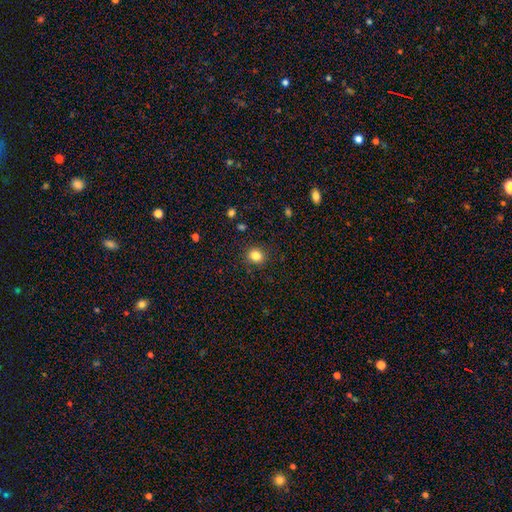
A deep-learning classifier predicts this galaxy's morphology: Q: Smooth or featured?
A: smooth (83%); runner-up: star or artifact (12%)
Q: How rounded?
A: round (79%); runner-up: in between (20%)
Q: Merging?
A: none (90%); runner-up: minor disturbance (7%)